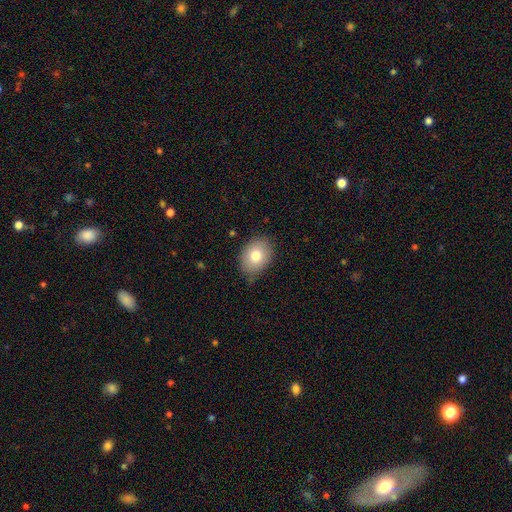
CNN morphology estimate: This appears to be a smooth galaxy with no disk features (78%) that is in between round and cigar-shaped (68%). Merging: none (78%).